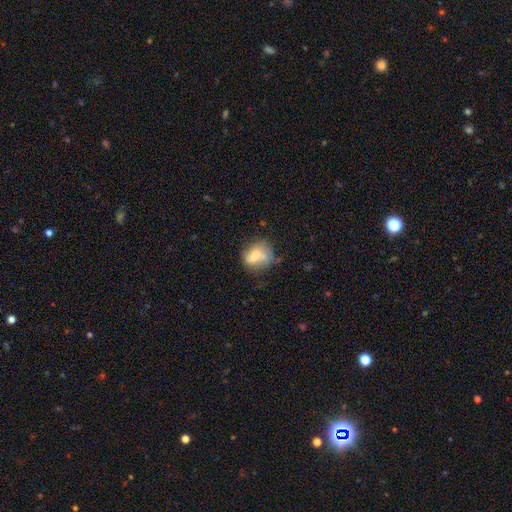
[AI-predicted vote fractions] Smooth or featured?
  - smooth: 61% *
  - featured or disk: 29%
  - star or artifact: 10%
How rounded?
  - in between: 51% *
  - round: 47%
  - cigar-shaped: 2%
Merging?
  - none: 34% *
  - merger: 25%
  - minor disturbance: 24%
  - major disturbance: 17%